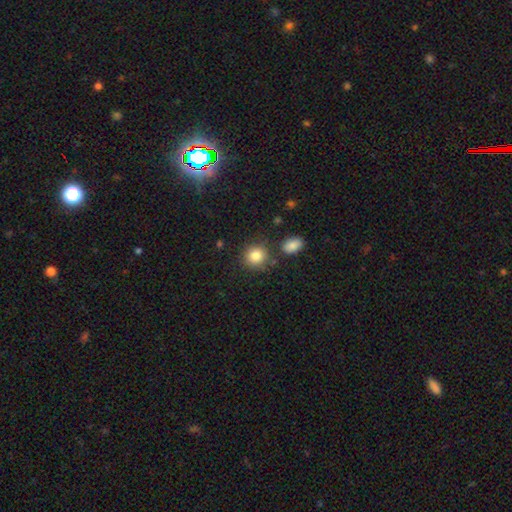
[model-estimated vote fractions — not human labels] A smooth galaxy with no disk features (85%) that is round (84%).

Vote fractions:
- Smooth or featured? smooth: 85% / star or artifact: 9% / featured or disk: 6%
- How rounded? round: 84% / in between: 15% / cigar-shaped: 1%
- Merging? none: 79% / minor disturbance: 10% / merger: 8% / major disturbance: 3%